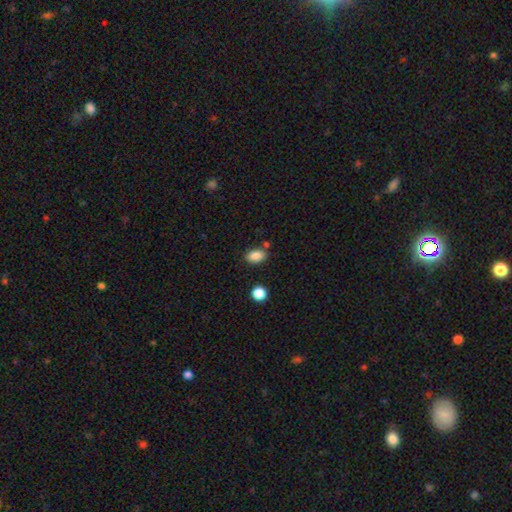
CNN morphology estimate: smooth_or_featured: smooth (p=0.87) [alt: star or artifact p=0.09]
how_rounded: in between (p=0.84) [alt: round p=0.15]
merging: none (p=0.76) [alt: minor disturbance p=0.13]